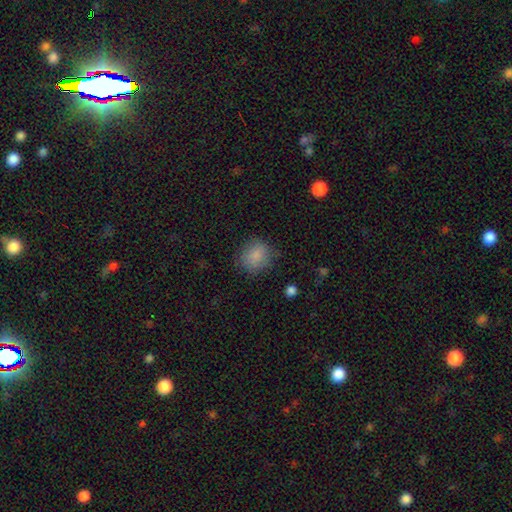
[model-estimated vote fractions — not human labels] This appears to be a smooth galaxy with no disk features (83%) that is round (75%). Merging: none (78%).